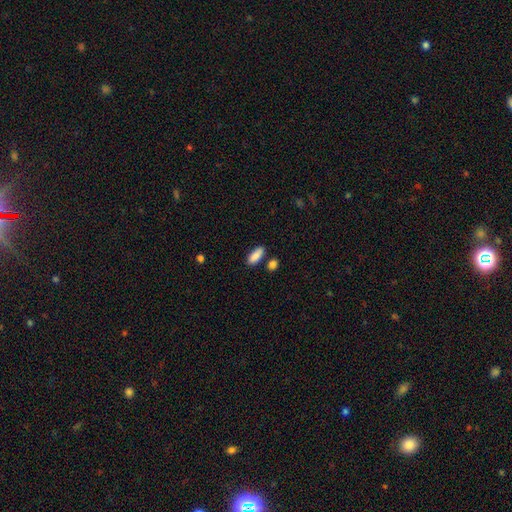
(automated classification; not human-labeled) smooth_or_featured: smooth (p=0.89) [alt: star or artifact p=0.06]
how_rounded: in between (p=0.78) [alt: cigar-shaped p=0.19]
merging: none (p=0.78) [alt: minor disturbance p=0.12]